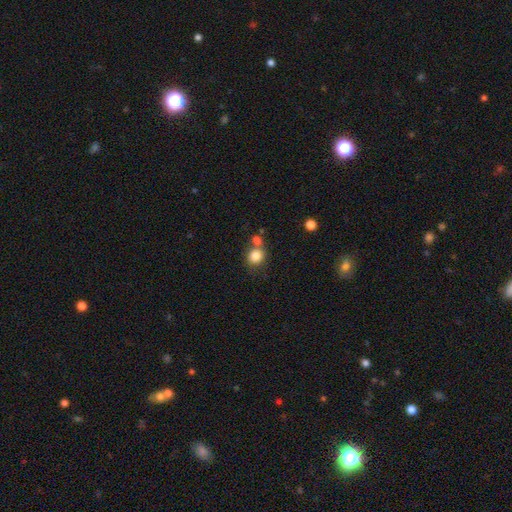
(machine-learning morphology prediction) Smooth or featured: smooth — 83% (star or artifact — 10%)
How rounded: round — 80% (in between — 19%)
Merging: none — 58% (merger — 27%)